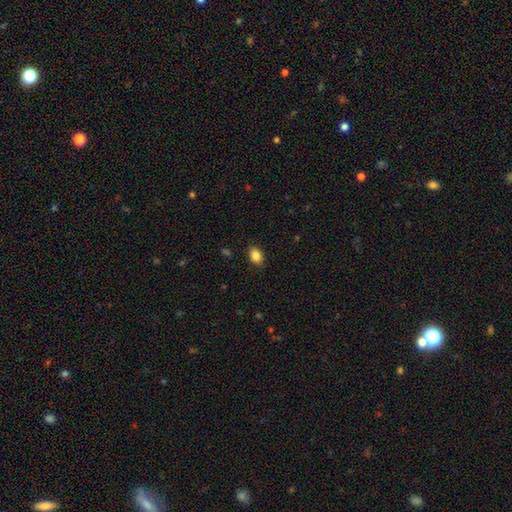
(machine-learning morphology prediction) The model was most divided on "how rounded": in between: 85%, round: 13%, cigar-shaped: 2%. More confident: merging — none (88%); smooth or featured — smooth (86%).